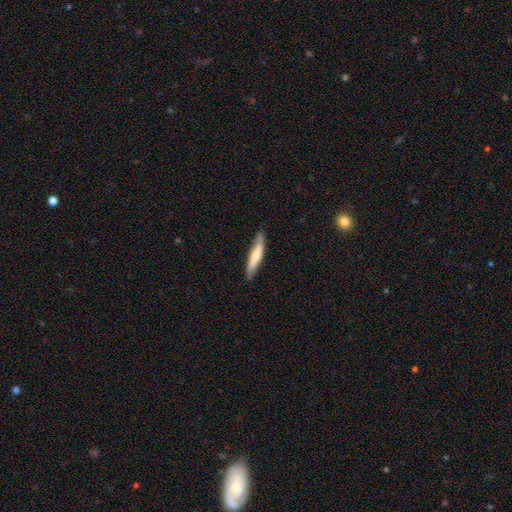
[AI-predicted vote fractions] A smooth galaxy with no disk features (64%) that is cigar-shaped (88%). Merging: none (84%).